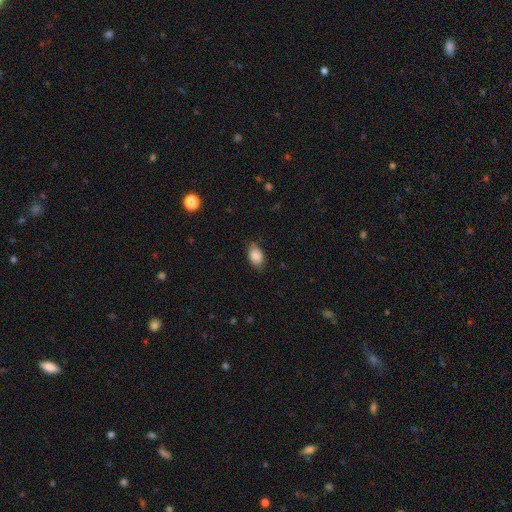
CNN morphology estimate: Smooth or featured? Predicted: smooth (p=0.87). How rounded? Predicted: in between (p=0.89). Merging? Predicted: none (p=0.77).